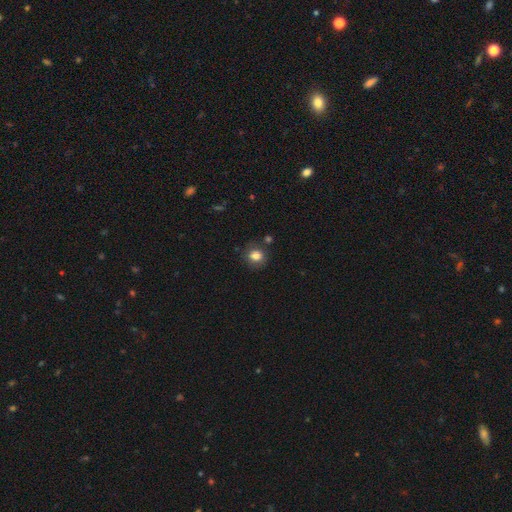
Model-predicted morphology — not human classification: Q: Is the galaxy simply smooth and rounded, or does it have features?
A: smooth — 82%.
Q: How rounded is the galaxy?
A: round — 76%.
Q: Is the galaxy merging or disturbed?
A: none — 82%.